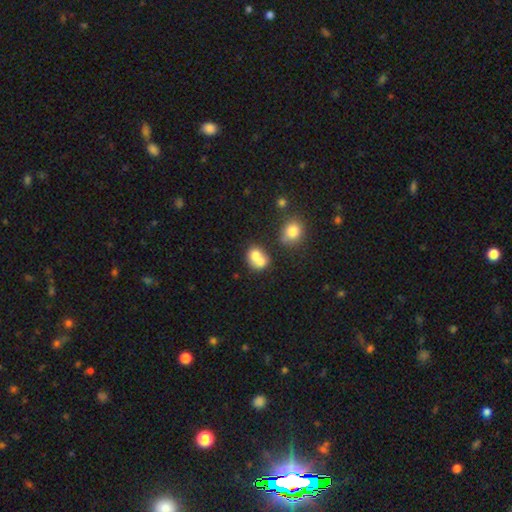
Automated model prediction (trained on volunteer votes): smooth-or-featured: smooth: 71% | featured or disk: 20% | star or artifact: 10%
  how-rounded: round: 62% | in between: 37% | cigar-shaped: 1%
  merging: merger: 65% | none: 24% | minor disturbance: 7% | major disturbance: 4%